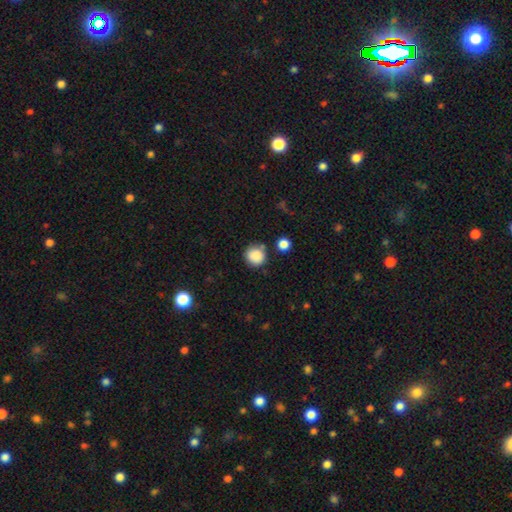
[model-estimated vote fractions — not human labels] smooth 87%, star or artifact 10%, featured or disk 4%. Down the decision tree: how rounded — round (90%); merging — none (77%).